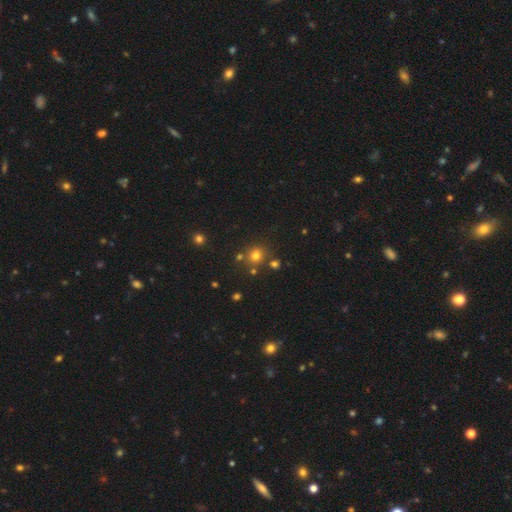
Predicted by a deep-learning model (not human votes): Smooth or featured? Predicted: smooth (p=0.73). How rounded? Predicted: round (p=0.85). Merging? Predicted: none (p=0.76).